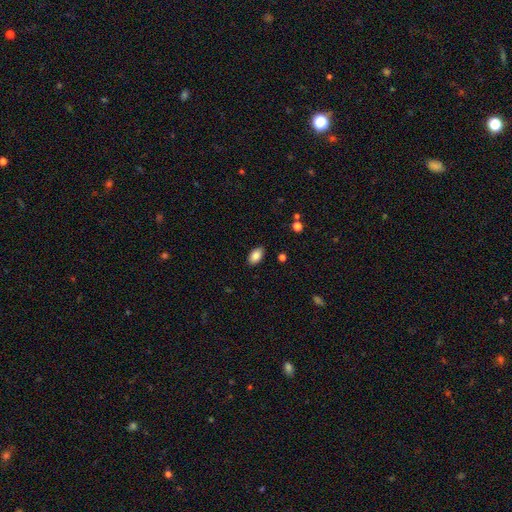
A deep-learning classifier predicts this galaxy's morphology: Q: Smooth or featured?
A: smooth (85%); runner-up: star or artifact (8%)
Q: How rounded?
A: in between (92%); runner-up: round (7%)
Q: Merging?
A: none (87%); runner-up: minor disturbance (10%)